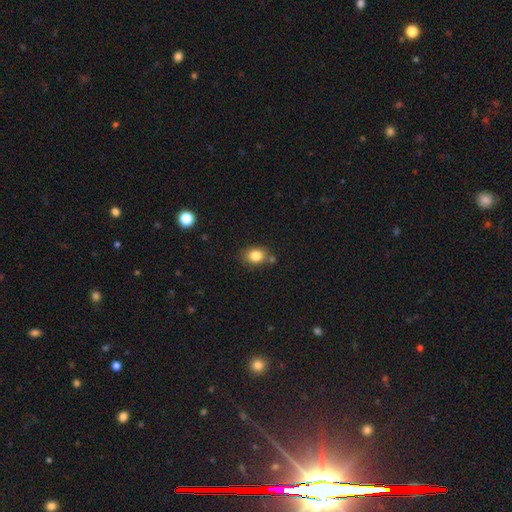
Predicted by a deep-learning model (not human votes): A smooth galaxy with no disk features (83%) that is in between round and cigar-shaped (54%).

Vote fractions:
- Smooth or featured? smooth: 83% / star or artifact: 10% / featured or disk: 7%
- How rounded? in between: 54% / round: 45% / cigar-shaped: 1%
- Merging? none: 70% / minor disturbance: 15% / merger: 11% / major disturbance: 4%